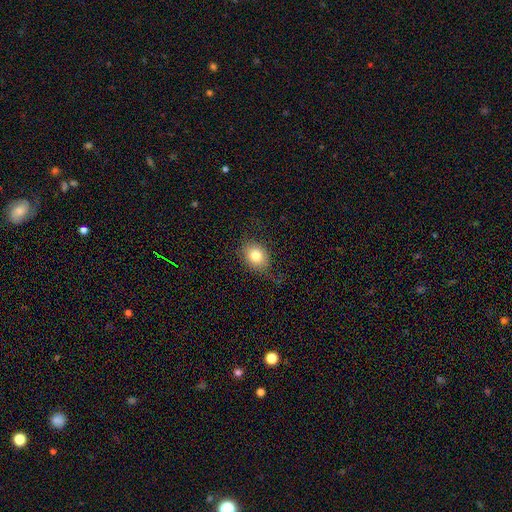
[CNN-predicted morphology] smooth_or_featured: smooth (p=0.78) [alt: featured or disk p=0.12]
how_rounded: round (p=0.53) [alt: in between p=0.46]
merging: none (p=0.70) [alt: minor disturbance p=0.20]